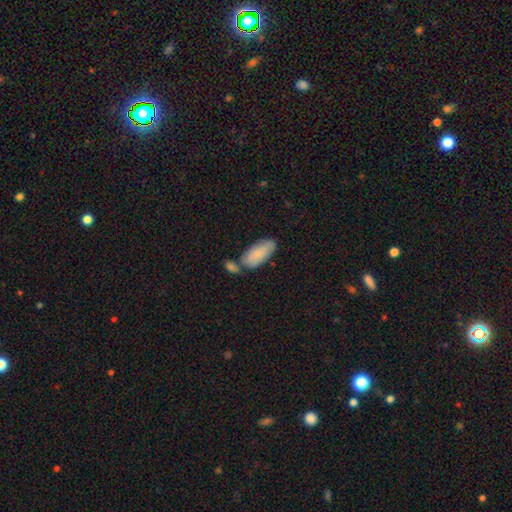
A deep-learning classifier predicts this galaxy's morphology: The model was most divided on "merging": none: 53%, merger: 24%, minor disturbance: 19%, major disturbance: 5%. More confident: how rounded — in between (88%); smooth or featured — smooth (81%).